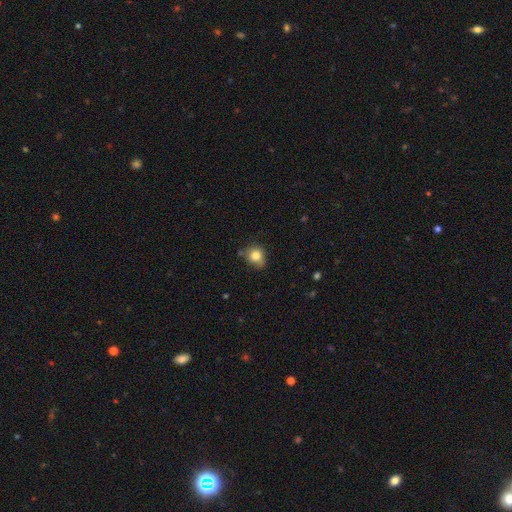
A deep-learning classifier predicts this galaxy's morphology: The model was most divided on "merging": none: 64%, minor disturbance: 27%, major disturbance: 5%, merger: 4%. More confident: smooth or featured — smooth (81%); how rounded — round (73%).